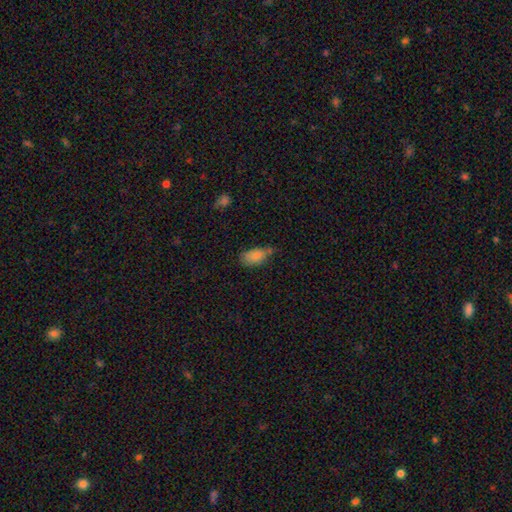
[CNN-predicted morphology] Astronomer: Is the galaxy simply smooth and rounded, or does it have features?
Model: smooth — 81%.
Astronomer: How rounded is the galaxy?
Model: in between — 90%.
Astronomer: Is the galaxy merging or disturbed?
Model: none — 49% (runner-up: minor disturbance, 33%).